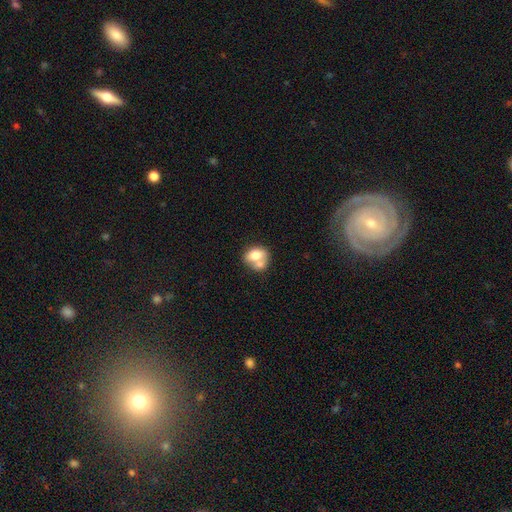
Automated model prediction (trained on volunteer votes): smooth-or-featured: smooth: 71% | featured or disk: 21% | star or artifact: 8%
  how-rounded: in between: 56% | round: 43% | cigar-shaped: 1%
  merging: merger: 56% | none: 28% | minor disturbance: 11% | major disturbance: 5%